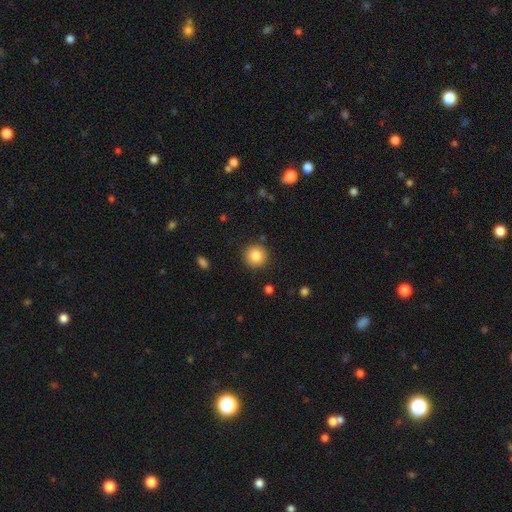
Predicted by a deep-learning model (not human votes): This appears to be a smooth galaxy with no disk features (83%) that is round (95%). Merging: none (90%).